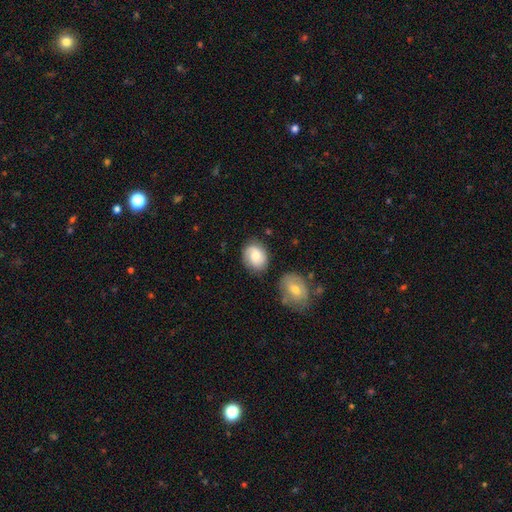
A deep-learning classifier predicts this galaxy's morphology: Smooth or featured? smooth (60%)
How rounded? round (54%)
Merging? none (71%)